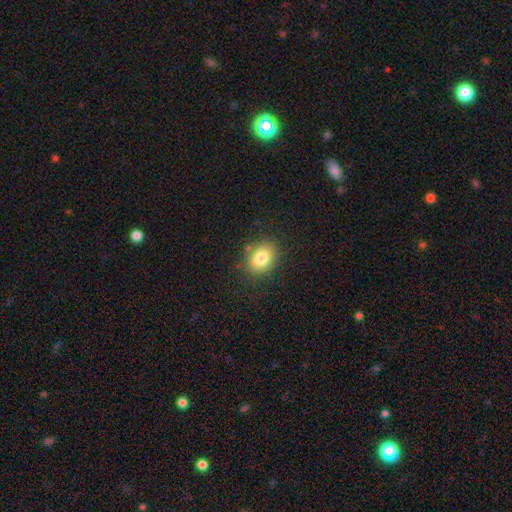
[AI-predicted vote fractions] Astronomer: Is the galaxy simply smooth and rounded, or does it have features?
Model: smooth — 78%.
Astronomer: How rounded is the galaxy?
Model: round — 51% (runner-up: in between, 48%).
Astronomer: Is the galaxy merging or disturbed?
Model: none — 88%.